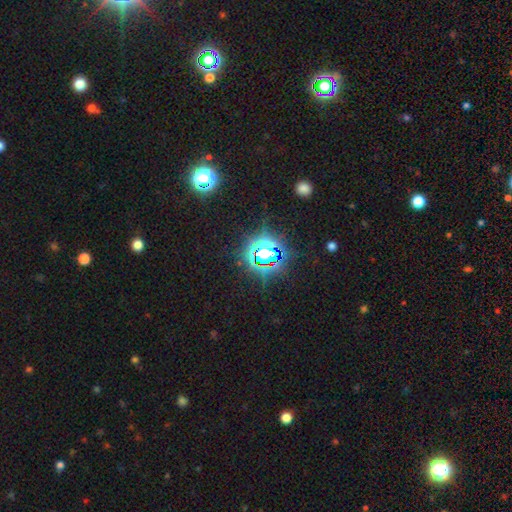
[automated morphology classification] Smooth or featured?
  - star or artifact: 81% *
  - smooth: 12%
  - featured or disk: 7%